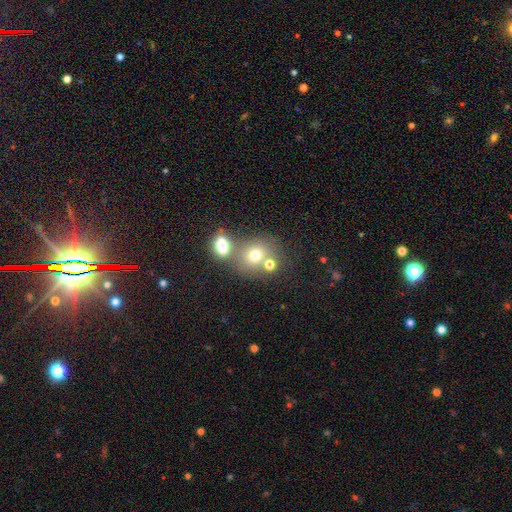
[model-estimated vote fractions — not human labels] Morphology: type=smooth (49%); merging=merger (51%).